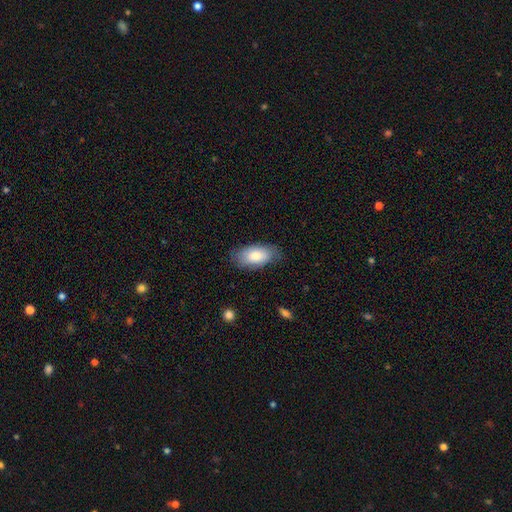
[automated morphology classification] Overall: smooth (79%). How rounded: in between (93%). Merging: none (75%).